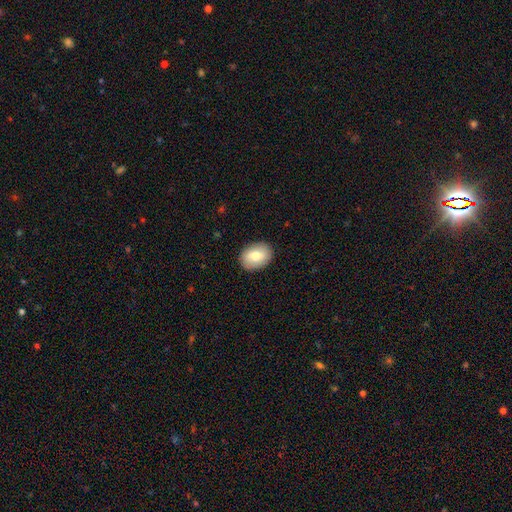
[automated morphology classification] smooth_or_featured: smooth (p=0.76) [alt: featured or disk p=0.17]
how_rounded: in between (p=0.74) [alt: round p=0.25]
merging: none (p=0.88) [alt: minor disturbance p=0.09]